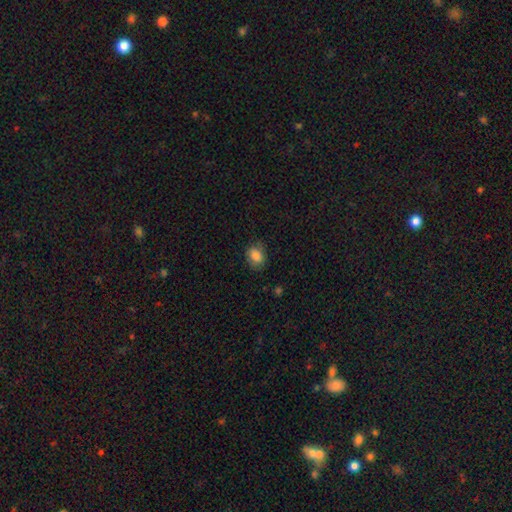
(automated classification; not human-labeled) Smooth or featured: smooth — 84% (star or artifact — 9%)
How rounded: in between — 59% (round — 40%)
Merging: none — 75% (minor disturbance — 19%)